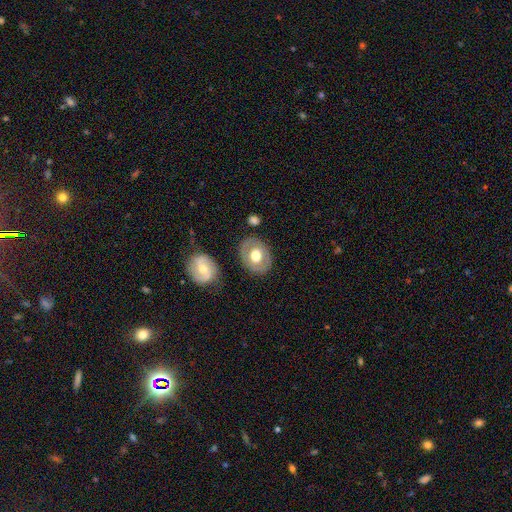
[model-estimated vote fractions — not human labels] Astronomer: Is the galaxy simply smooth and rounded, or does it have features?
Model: smooth — 50% (runner-up: featured or disk, 44%).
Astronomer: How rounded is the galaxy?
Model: in between — 57% (runner-up: round, 42%).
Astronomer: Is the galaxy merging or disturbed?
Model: none — 79%.